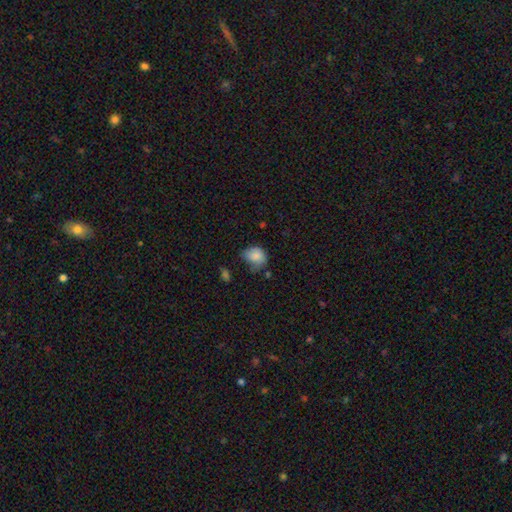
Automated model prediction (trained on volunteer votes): Morphology: type=smooth (82%); roundness=in between (51%); merging=minor disturbance (40%, tied with none).